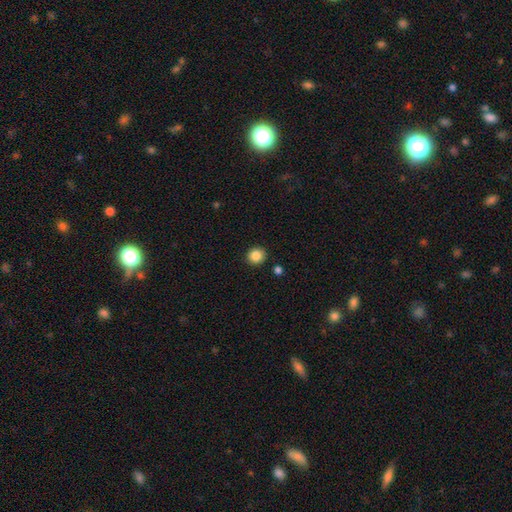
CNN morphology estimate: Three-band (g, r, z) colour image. It shows a smooth galaxy with no disk features (86%) that is round (90%). Merging: none (91%).